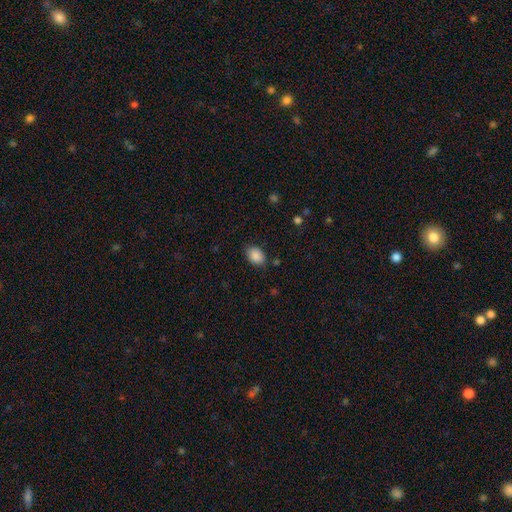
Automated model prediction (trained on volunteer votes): Overall: smooth (88%). How rounded: in between (79%). Merging: none (82%).